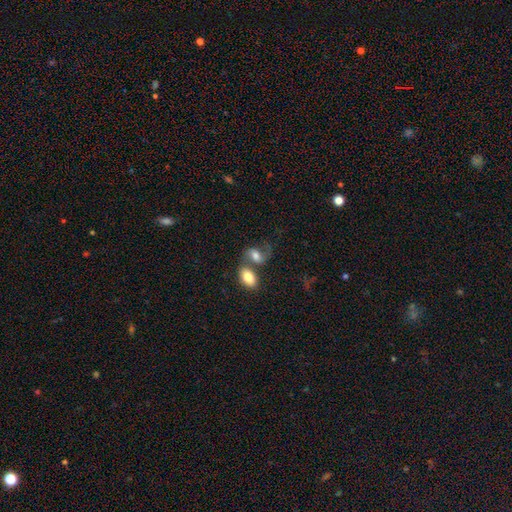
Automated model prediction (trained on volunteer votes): smooth 60%, featured or disk 30%, star or artifact 9%. Down the decision tree: how rounded — in between (82%); merging — merger (50%).